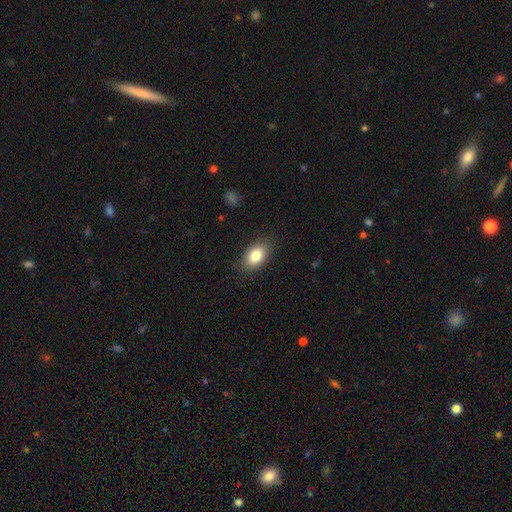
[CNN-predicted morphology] type=smooth (83%); roundness=in between (89%); merging=none (85%).